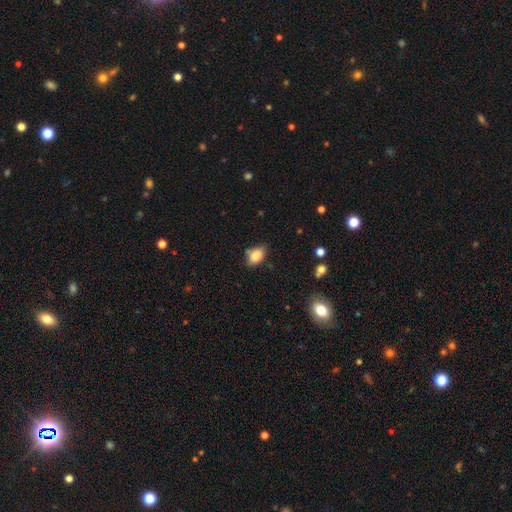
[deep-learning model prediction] A smooth galaxy with no disk features (85%) that is in between round and cigar-shaped (85%).

Vote fractions:
- Smooth or featured? smooth: 85% / star or artifact: 8% / featured or disk: 7%
- How rounded? in between: 85% / round: 12% / cigar-shaped: 2%
- Merging? none: 70% / minor disturbance: 20% / merger: 6% / major disturbance: 4%